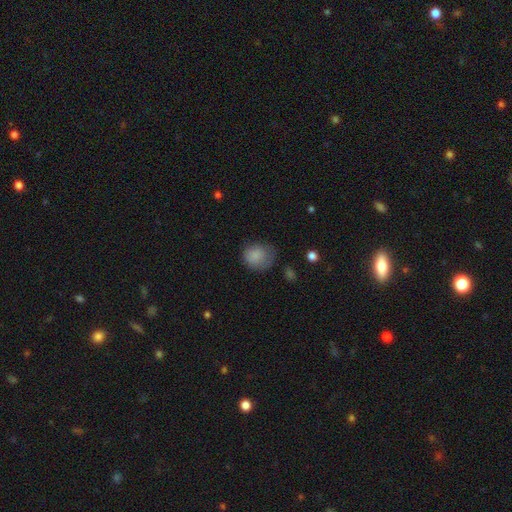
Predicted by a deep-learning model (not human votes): Smooth or featured: smooth — 84% (star or artifact — 9%)
How rounded: round — 73% (in between — 26%)
Merging: none — 51% (minor disturbance — 31%)